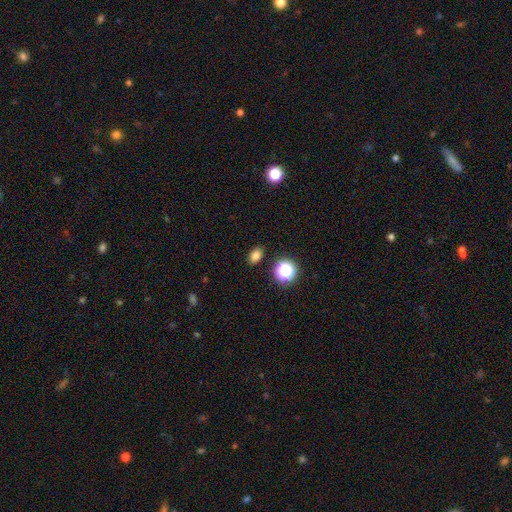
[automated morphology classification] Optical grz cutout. It shows a smooth galaxy with no disk features (78%) that is in between round and cigar-shaped (74%). Merging: none (87%).